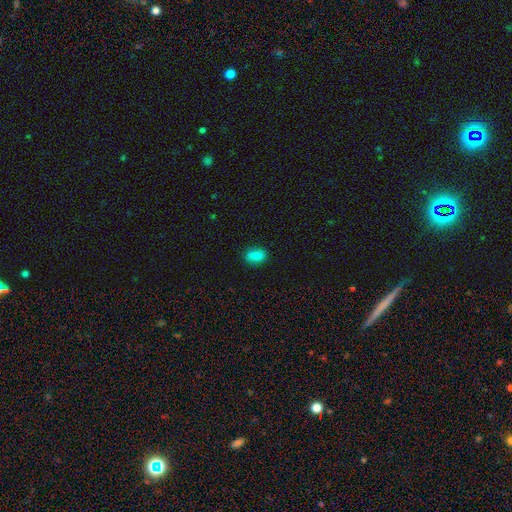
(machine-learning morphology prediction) This appears to be a smooth galaxy with no disk features (87%) that is in between round and cigar-shaped (88%). Merging: none (86%).